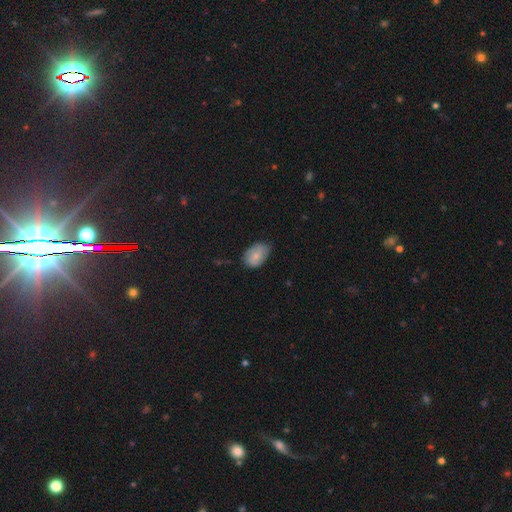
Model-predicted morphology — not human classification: Q: Smooth or featured?
A: smooth (74%); runner-up: featured or disk (19%)
Q: How rounded?
A: in between (86%); runner-up: round (12%)
Q: Merging?
A: none (56%); runner-up: minor disturbance (37%)